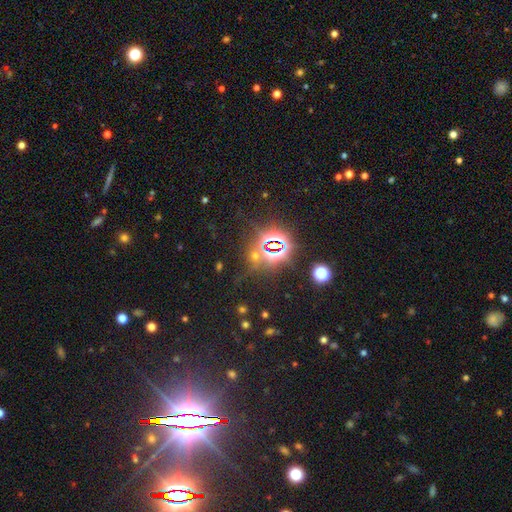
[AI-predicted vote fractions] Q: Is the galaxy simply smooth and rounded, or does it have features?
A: star or artifact — 70%.